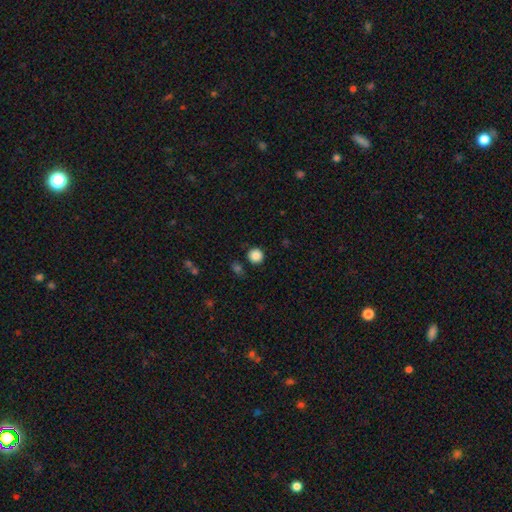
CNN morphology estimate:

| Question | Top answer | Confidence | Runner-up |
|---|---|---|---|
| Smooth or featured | smooth | 86% | star or artifact (10%) |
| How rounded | round | 94% | in between (6%) |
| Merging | none | 87% | minor disturbance (8%) |